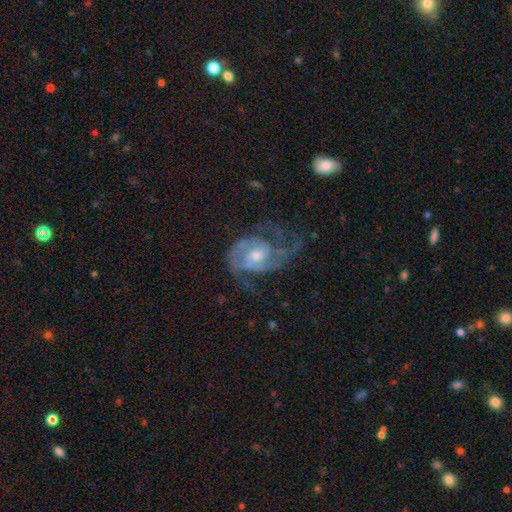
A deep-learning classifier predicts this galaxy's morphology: Q: Smooth or featured?
A: featured or disk (88%); runner-up: smooth (7%)
Q: Edge-on disk?
A: no (97%); runner-up: yes (3%)
Q: Bar?
A: no (55%); runner-up: weak (37%)
Q: Spiral arms?
A: yes (96%); runner-up: no (4%)
Q: Spiral winding?
A: medium (49%); runner-up: tight (34%)
Q: Spiral arm count?
A: 2 (66%); runner-up: 3 (13%)
Q: Bulge size?
A: moderate (58%); runner-up: small (36%)
Q: Merging?
A: none (49%); runner-up: major disturbance (26%)